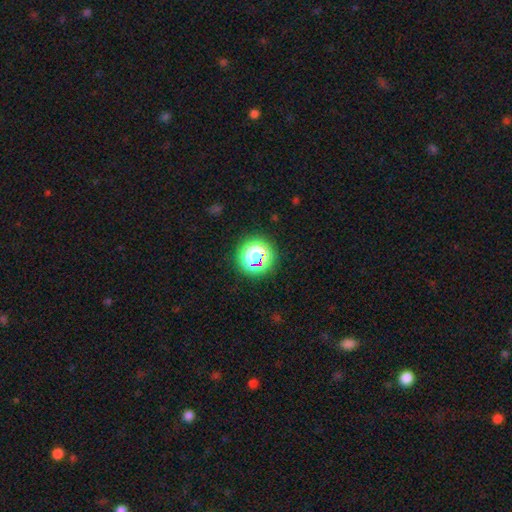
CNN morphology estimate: A star or artifact, not a galaxy (50%).